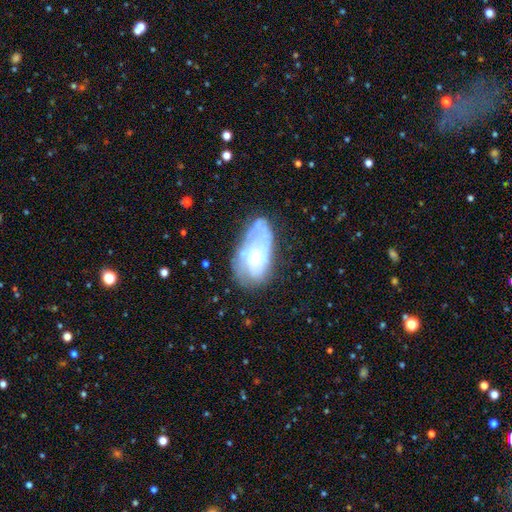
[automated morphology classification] type=featured or disk (56%); edge-on=no (93%); bar=no (79%); spiral arms=yes (53%); bulge=small (46%); merging=none (53%).